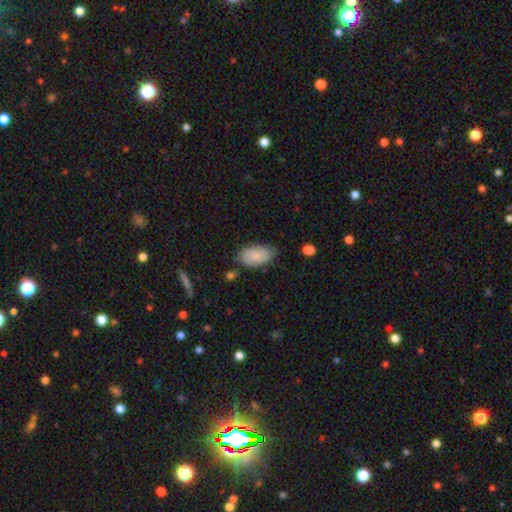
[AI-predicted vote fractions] Smooth or featured? Predicted: smooth (p=0.85). How rounded? Predicted: in between (p=0.94). Merging? Predicted: none (p=0.65).